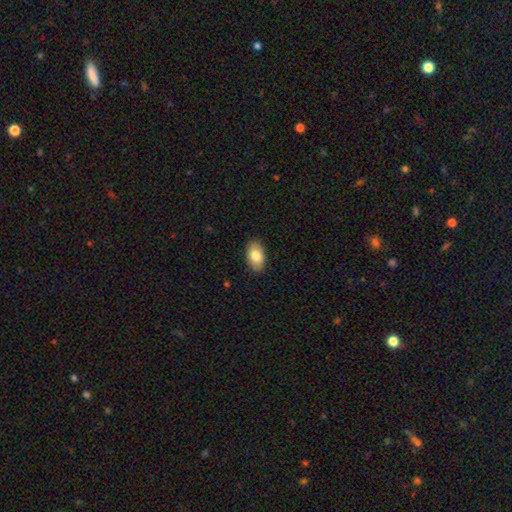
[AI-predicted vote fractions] This is clearly a smooth galaxy (84%). How rounded: clearly in between (93%). Merging: clearly none (88%).